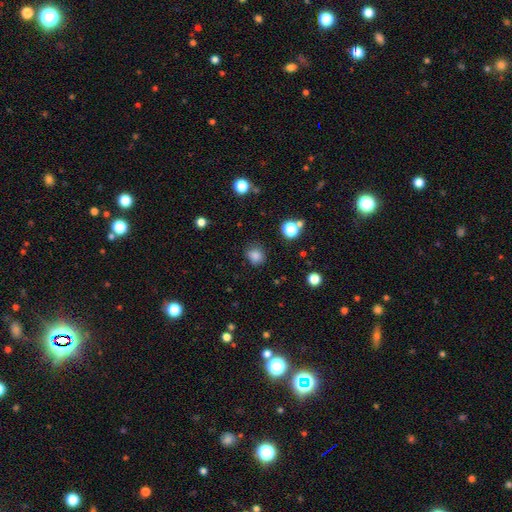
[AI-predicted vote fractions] A smooth galaxy with no disk features (82%) that is round (77%). Merging: none (82%).